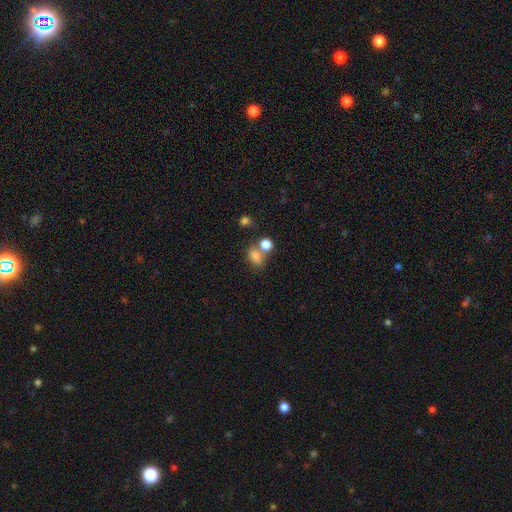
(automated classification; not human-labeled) smooth-or-featured: smooth: 78% | star or artifact: 13% | featured or disk: 9%
  how-rounded: in between: 67% | round: 31% | cigar-shaped: 2%
  merging: none: 43% | merger: 36% | minor disturbance: 14% | major disturbance: 7%